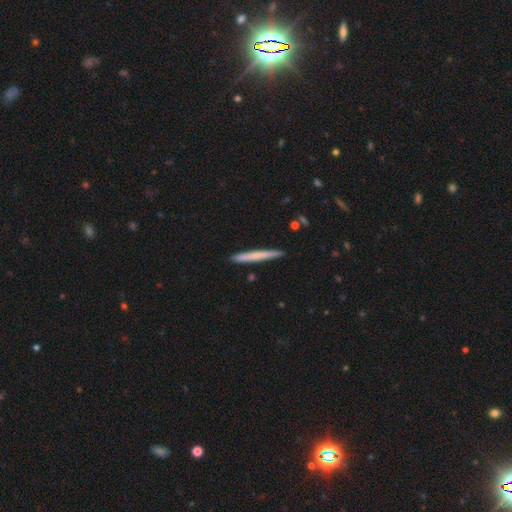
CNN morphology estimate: Smooth or featured: smooth — 61% (featured or disk — 33%)
How rounded: cigar-shaped — 97% (in between — 2%)
Merging: none — 91% (minor disturbance — 6%)